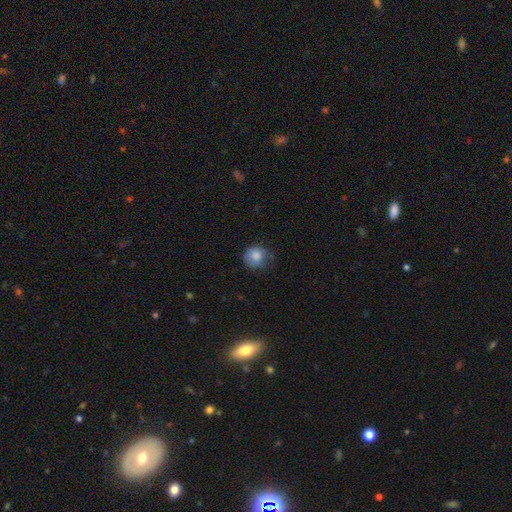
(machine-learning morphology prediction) The model was most divided on "merging": none: 59%, minor disturbance: 29%, major disturbance: 11%, merger: 1%. More confident: how rounded — round (84%); smooth or featured — smooth (83%).